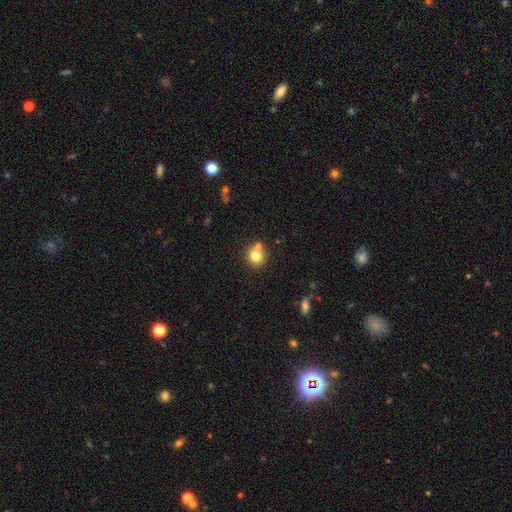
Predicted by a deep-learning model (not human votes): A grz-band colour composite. It shows a smooth galaxy with no disk features (77%) that is round (83%). Merging: none (60%).